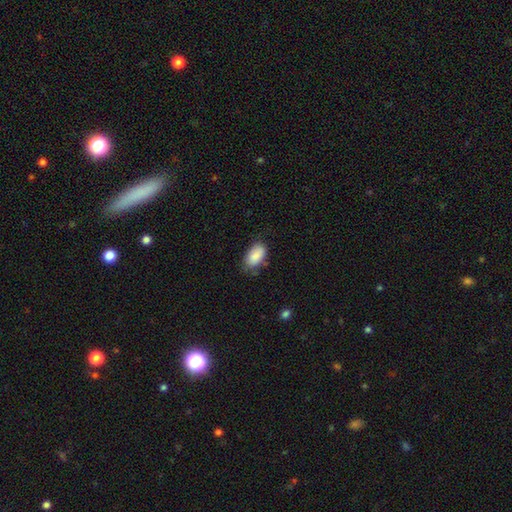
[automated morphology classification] Q: Smooth or featured?
A: smooth (87%); runner-up: star or artifact (7%)
Q: How rounded?
A: in between (94%); runner-up: round (5%)
Q: Merging?
A: none (69%); runner-up: minor disturbance (24%)